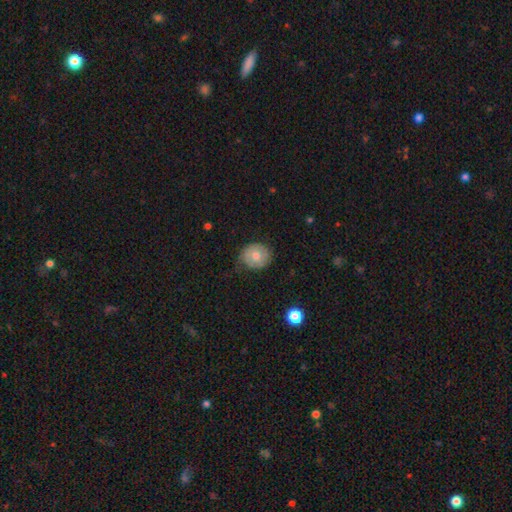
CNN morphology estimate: type=smooth (55%); roundness=round (79%); merging=none (67%).